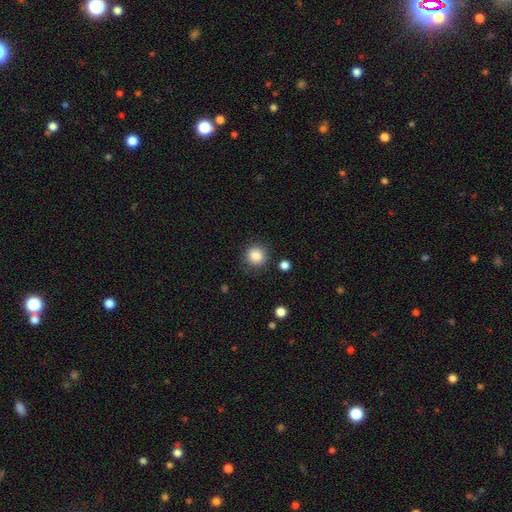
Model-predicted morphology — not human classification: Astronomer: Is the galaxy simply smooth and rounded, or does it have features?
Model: smooth — 85%.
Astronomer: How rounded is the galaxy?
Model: round — 91%.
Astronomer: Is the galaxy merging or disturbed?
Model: none — 84%.